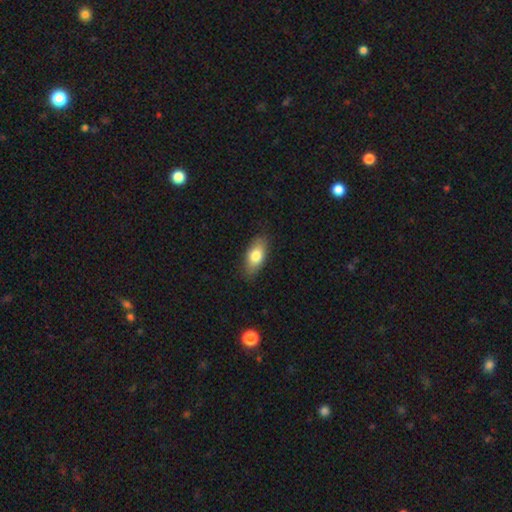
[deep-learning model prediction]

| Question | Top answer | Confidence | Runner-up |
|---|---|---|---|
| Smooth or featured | smooth | 76% | featured or disk (17%) |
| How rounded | in between | 87% | cigar-shaped (9%) |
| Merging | none | 83% | minor disturbance (13%) |